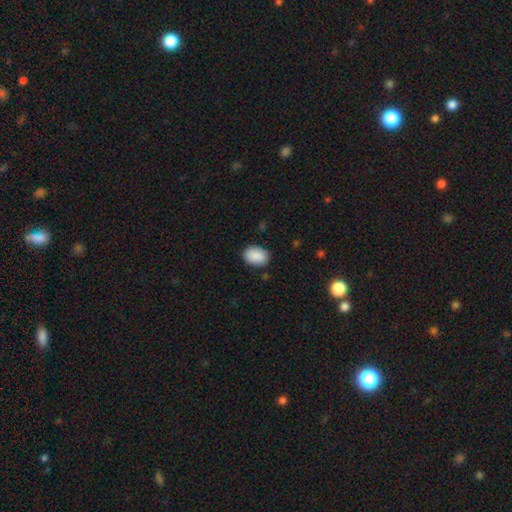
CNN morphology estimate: This appears to be a smooth galaxy with no disk features (90%) that is in between round and cigar-shaped (80%). Merging: none (86%).